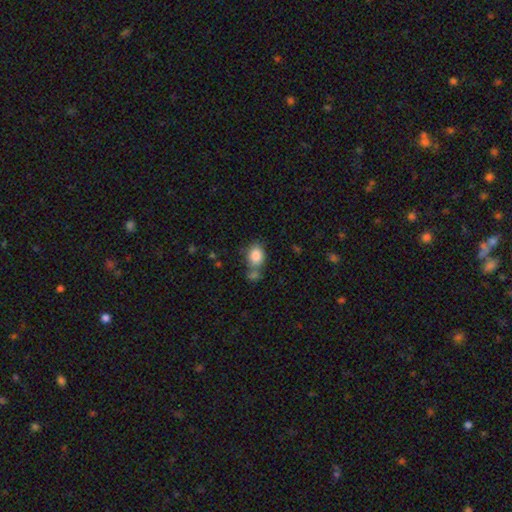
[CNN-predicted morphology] Smooth or featured?
  - smooth: 86% *
  - star or artifact: 8%
  - featured or disk: 6%
How rounded?
  - in between: 66% *
  - round: 33%
  - cigar-shaped: 1%
Merging?
  - none: 50% *
  - merger: 29%
  - minor disturbance: 15%
  - major disturbance: 6%